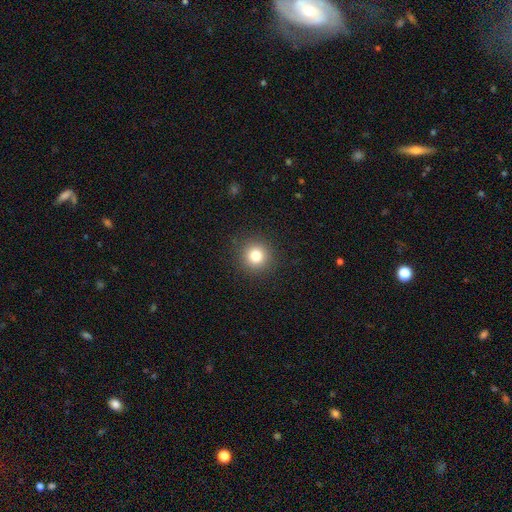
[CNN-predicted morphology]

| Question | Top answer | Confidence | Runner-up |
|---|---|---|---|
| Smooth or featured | smooth | 81% | star or artifact (12%) |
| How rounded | round | 94% | in between (5%) |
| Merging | none | 91% | minor disturbance (6%) |